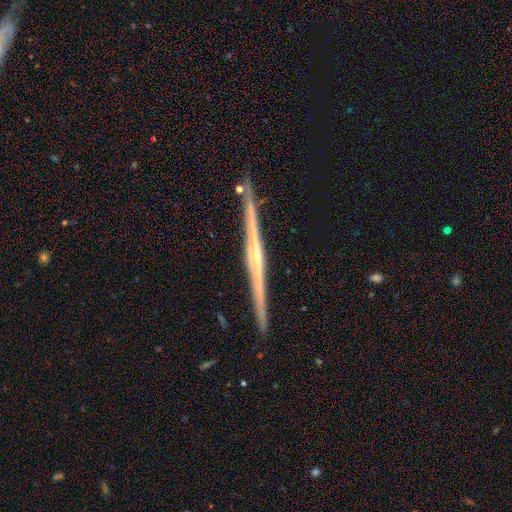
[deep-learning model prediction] A featured or disk galaxy (83%) viewed edge-on (99%) with a rounded central bulge (57%). Merging: none (91%).